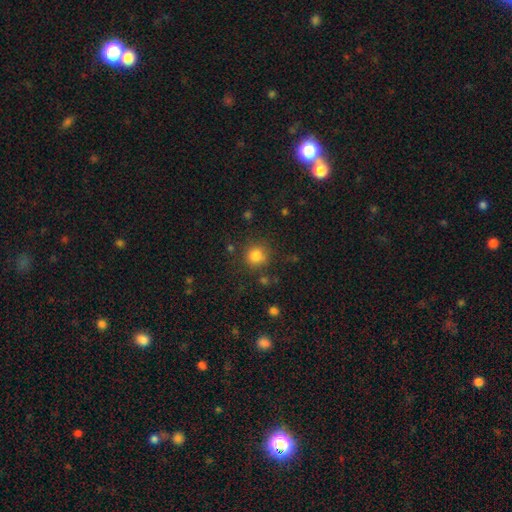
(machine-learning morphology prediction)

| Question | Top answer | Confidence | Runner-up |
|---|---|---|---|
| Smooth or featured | smooth | 82% | star or artifact (13%) |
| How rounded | round | 90% | in between (9%) |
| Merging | none | 80% | minor disturbance (11%) |